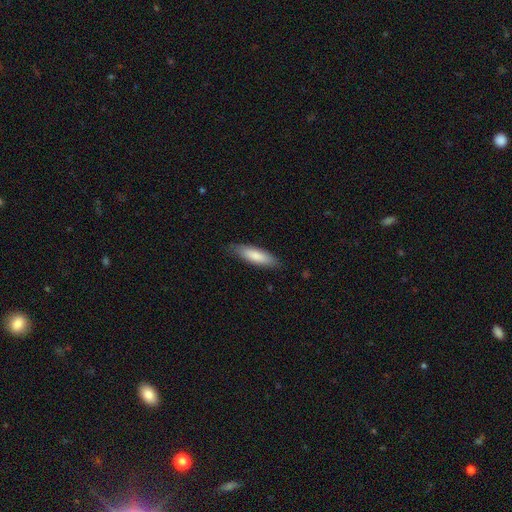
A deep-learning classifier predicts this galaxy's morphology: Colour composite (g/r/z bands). It shows a smooth galaxy with no disk features (83%) that is cigar-shaped (56%). Merging: none (80%).